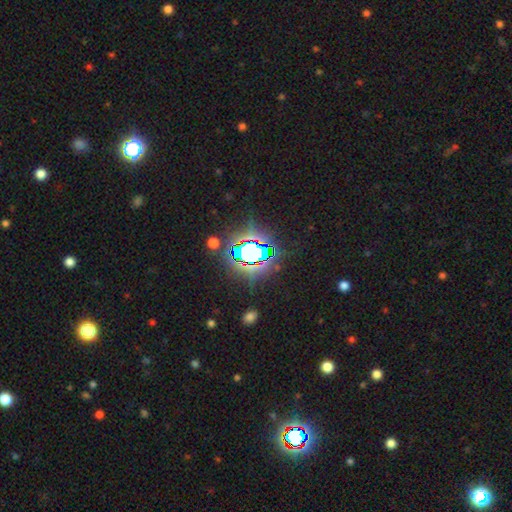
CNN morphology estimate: type=star or artifact (82%).